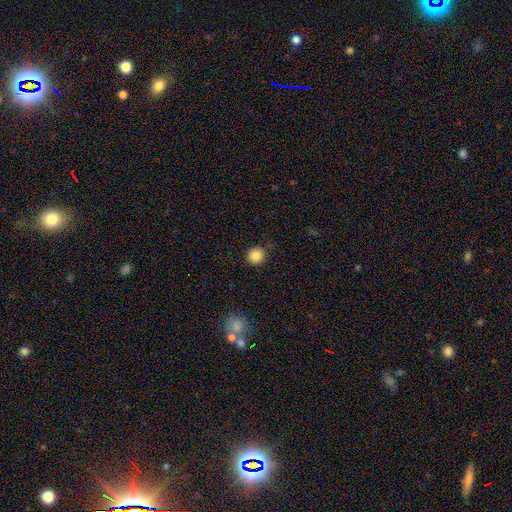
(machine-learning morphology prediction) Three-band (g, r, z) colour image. It shows a smooth galaxy with no disk features (86%) that is round (87%). Merging: none (88%).